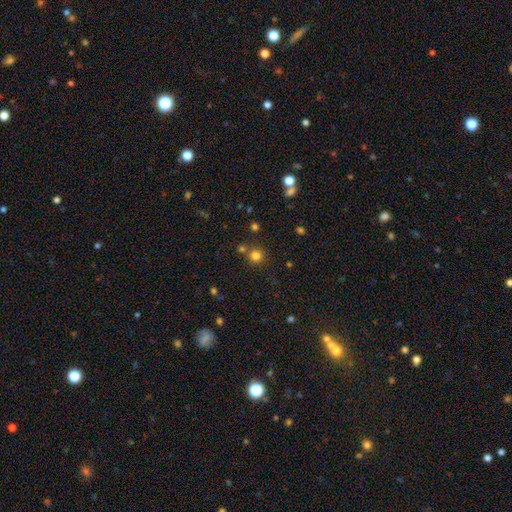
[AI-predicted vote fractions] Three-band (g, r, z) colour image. It shows a smooth galaxy with no disk features (78%) that is round (93%). Merging: none (77%).